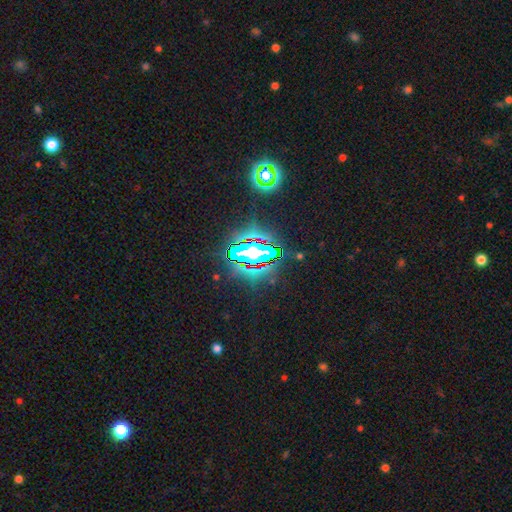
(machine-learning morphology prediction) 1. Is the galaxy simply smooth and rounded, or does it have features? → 74% star or artifact, 14% smooth, 11% featured or disk.